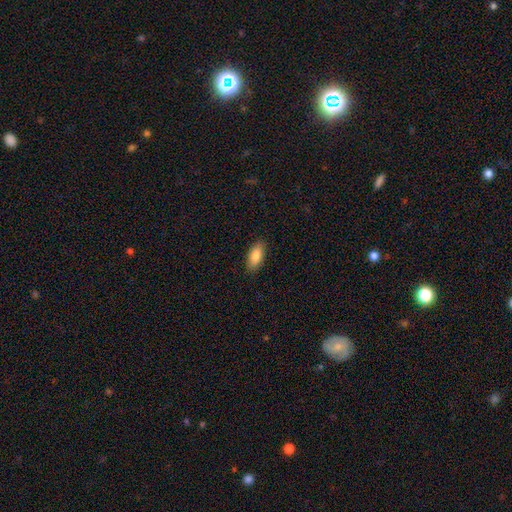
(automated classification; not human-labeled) This is clearly a smooth galaxy (87%). How rounded: clearly in between (88%). Merging: clearly none (88%).